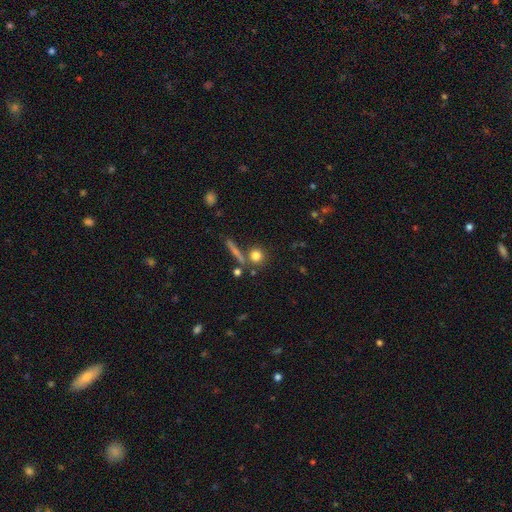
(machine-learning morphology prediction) smooth 77%, star or artifact 12%, featured or disk 11%. Down the decision tree: how rounded — round (86%); merging — none (73%).